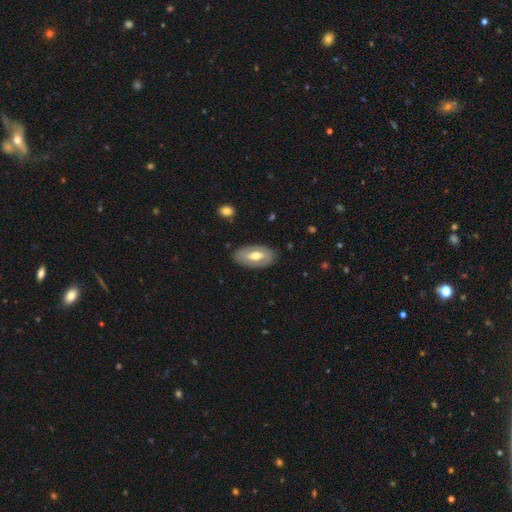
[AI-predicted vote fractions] A featured or disk galaxy (55%).

Vote fractions:
- Smooth or featured? featured or disk: 55% / smooth: 40% / star or artifact: 5%
- Edge-on disk? no: 88% / yes: 12%
- Merging? none: 82% / minor disturbance: 13% / major disturbance: 4% / merger: 1%